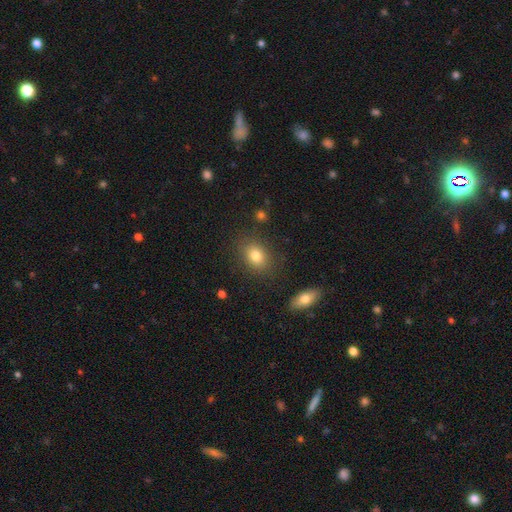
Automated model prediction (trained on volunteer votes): smooth-or-featured: smooth: 80% | star or artifact: 11% | featured or disk: 9%
  how-rounded: in between: 64% | round: 35% | cigar-shaped: 1%
  merging: none: 83% | minor disturbance: 10% | major disturbance: 4% | merger: 3%